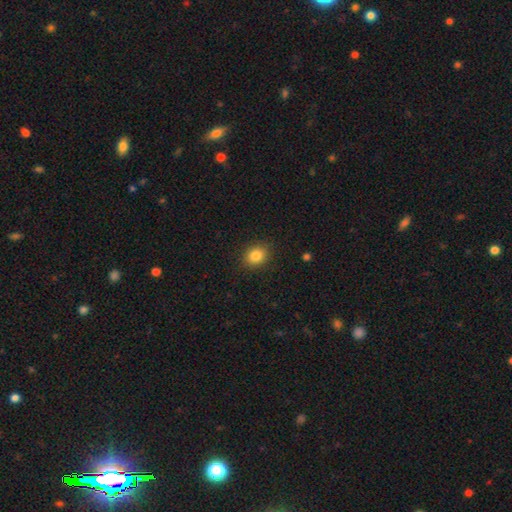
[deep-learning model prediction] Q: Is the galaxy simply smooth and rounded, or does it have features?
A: smooth — 84%.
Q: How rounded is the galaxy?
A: round — 58%.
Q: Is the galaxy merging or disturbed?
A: none — 89%.